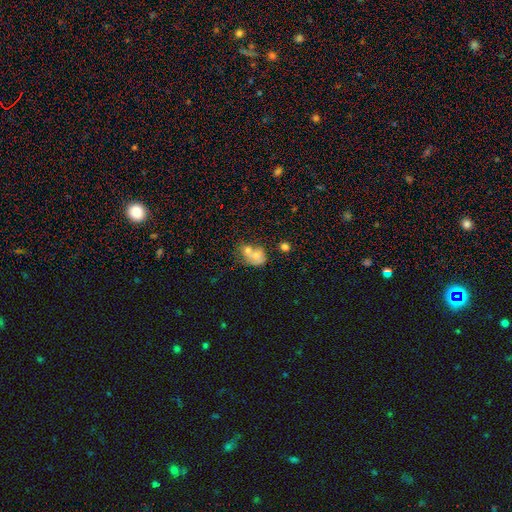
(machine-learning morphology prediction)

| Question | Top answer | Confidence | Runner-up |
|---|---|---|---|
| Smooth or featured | smooth | 53% | featured or disk (32%) |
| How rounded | in between | 57% | round (42%) |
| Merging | merger | 51% | none (26%) |